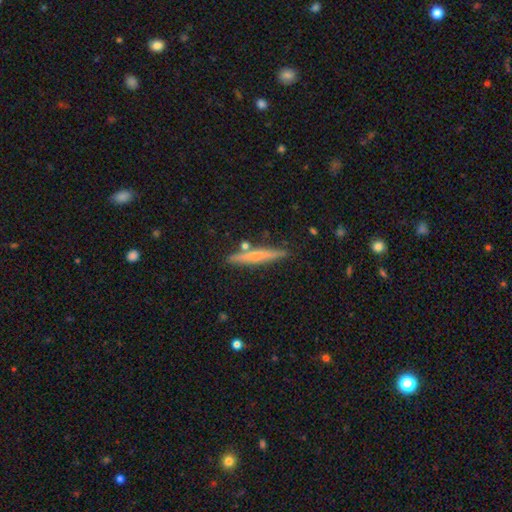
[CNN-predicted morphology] Smooth or featured? Predicted: smooth (p=0.49). Merging? Predicted: none (p=0.84).